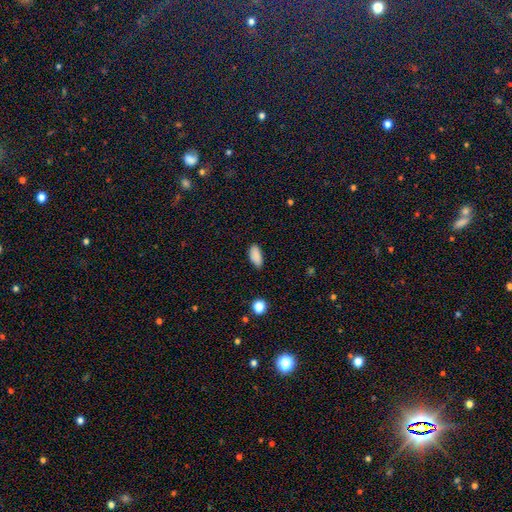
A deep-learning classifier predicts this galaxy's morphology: Smooth or featured? Predicted: smooth (p=0.88). How rounded? Predicted: in between (p=0.89). Merging? Predicted: none (p=0.82).